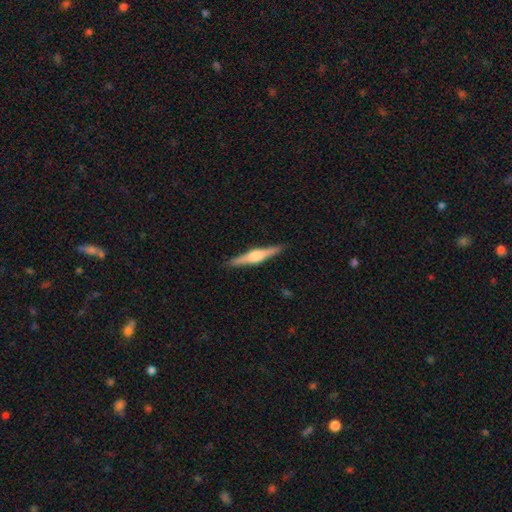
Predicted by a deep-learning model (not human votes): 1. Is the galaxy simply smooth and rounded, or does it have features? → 70% featured or disk, 25% smooth, 5% star or artifact.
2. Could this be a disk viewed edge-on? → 98% yes, 2% no.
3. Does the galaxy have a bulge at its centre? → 81% rounded, 15% boxy, 4% none.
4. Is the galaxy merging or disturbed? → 91% none, 7% minor disturbance, 1% major disturbance, 1% merger.